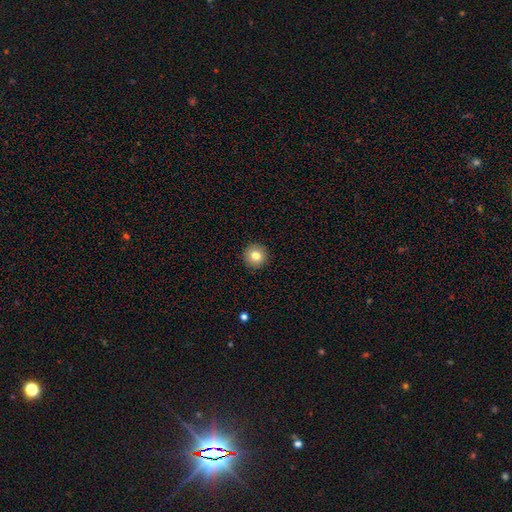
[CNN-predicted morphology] smooth_or_featured: smooth (p=0.81) [alt: star or artifact p=0.10]
how_rounded: round (p=0.96) [alt: in between p=0.03]
merging: none (p=0.93) [alt: minor disturbance p=0.05]